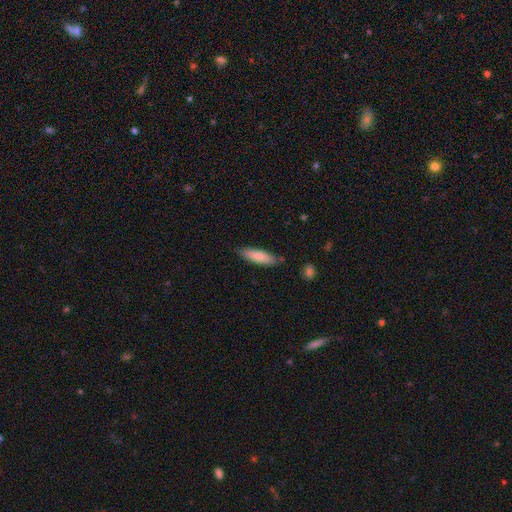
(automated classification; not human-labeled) This is clearly a smooth galaxy (81%). How rounded: likely cigar-shaped (66%). Merging: clearly none (85%).